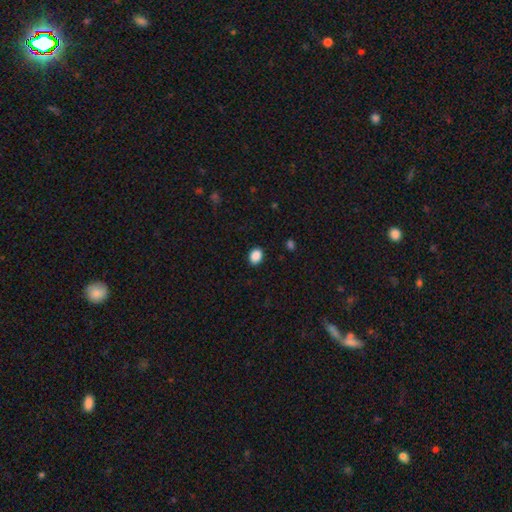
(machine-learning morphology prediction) Q: Smooth or featured?
A: smooth (89%); runner-up: star or artifact (8%)
Q: How rounded?
A: in between (61%); runner-up: round (38%)
Q: Merging?
A: none (89%); runner-up: minor disturbance (8%)